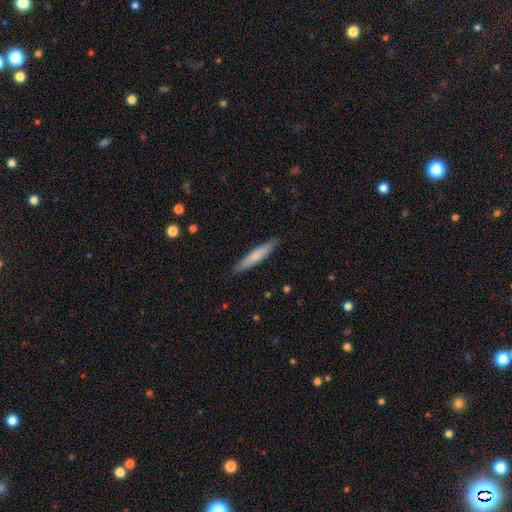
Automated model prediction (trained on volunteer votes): Smooth or featured? smooth (69%)
How rounded? cigar-shaped (90%)
Merging? none (88%)